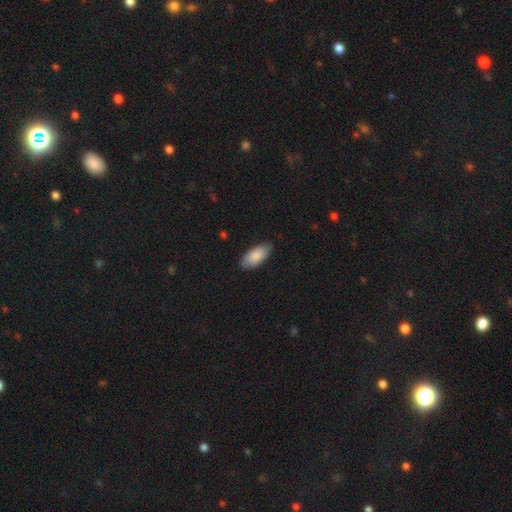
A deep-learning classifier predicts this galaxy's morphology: The model was most divided on "merging": none: 81%, minor disturbance: 16%, major disturbance: 2%, merger: 1%. More confident: how rounded — in between (90%); smooth or featured — smooth (85%).